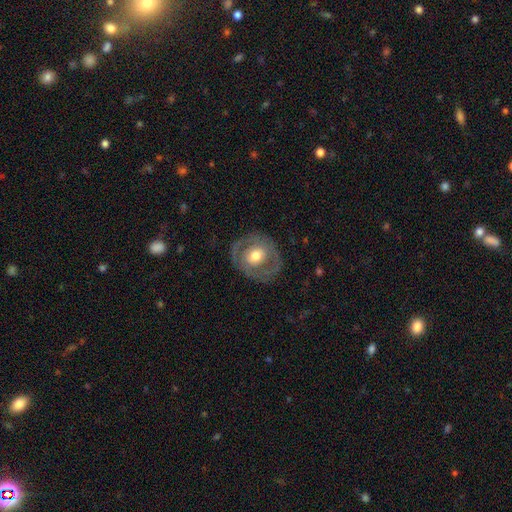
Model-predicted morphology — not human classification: featured or disk 58%, smooth 36%, star or artifact 6%. Down the decision tree: edge-on disk — no (96%); bar — no (70%); spiral arms — no (56%); bulge size — moderate (71%); merging — none (76%).